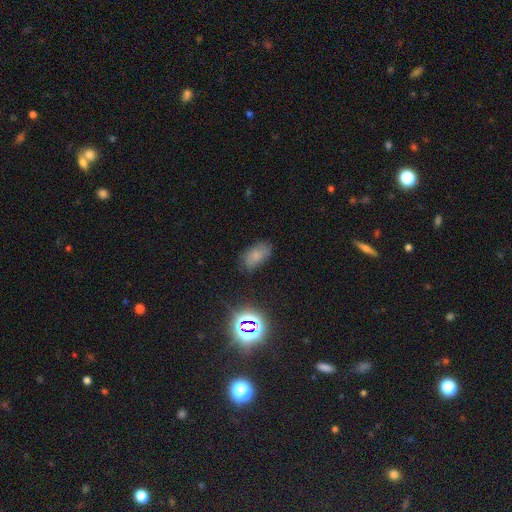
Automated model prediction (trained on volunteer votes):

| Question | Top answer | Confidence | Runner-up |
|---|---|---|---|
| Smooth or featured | smooth | 67% | star or artifact (19%) |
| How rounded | in between | 91% | round (6%) |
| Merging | none | 71% | minor disturbance (20%) |